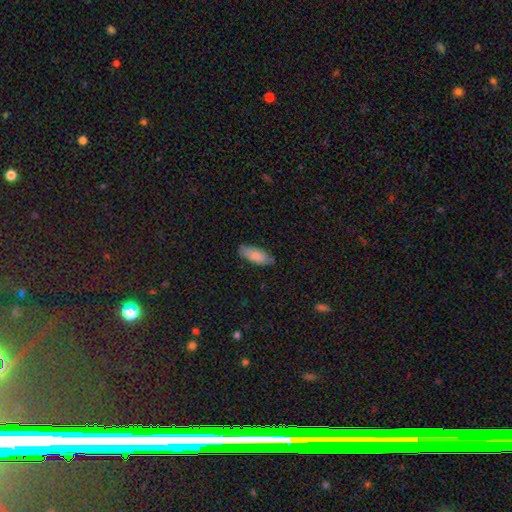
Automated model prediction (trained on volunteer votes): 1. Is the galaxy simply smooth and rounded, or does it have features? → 81% smooth, 13% featured or disk, 6% star or artifact.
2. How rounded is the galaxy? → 77% in between, 21% cigar-shaped, 2% round.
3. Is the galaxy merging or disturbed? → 76% none, 19% minor disturbance, 3% major disturbance, 1% merger.